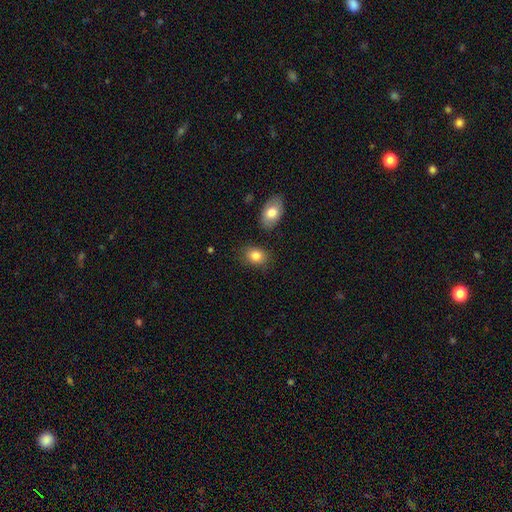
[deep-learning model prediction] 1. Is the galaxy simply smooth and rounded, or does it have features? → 83% smooth, 9% featured or disk, 9% star or artifact.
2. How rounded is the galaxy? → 70% in between, 29% round, 1% cigar-shaped.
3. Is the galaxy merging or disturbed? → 80% none, 13% minor disturbance, 5% merger, 3% major disturbance.